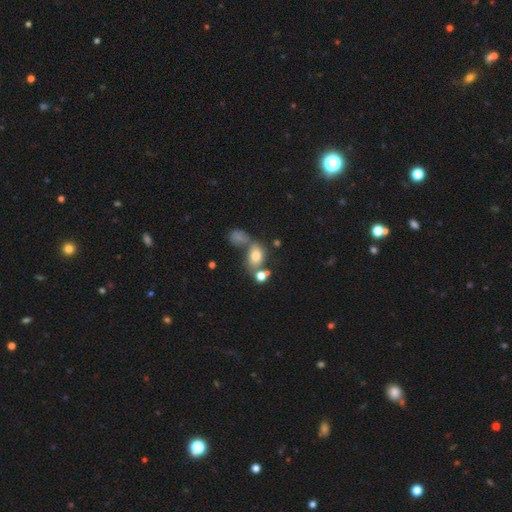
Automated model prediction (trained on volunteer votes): Q: Smooth or featured?
A: smooth (74%); runner-up: featured or disk (13%)
Q: How rounded?
A: in between (65%); runner-up: round (33%)
Q: Merging?
A: none (42%); runner-up: merger (35%)